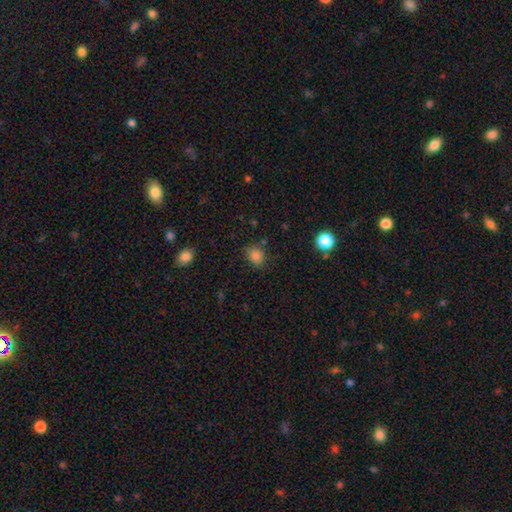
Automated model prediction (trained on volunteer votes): Overall: smooth (83%). How rounded: round (58%; in between 41%). Merging: none (72%).